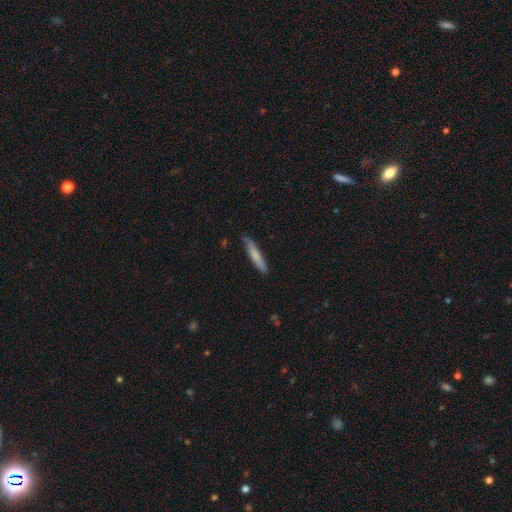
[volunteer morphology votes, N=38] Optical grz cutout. It shows a smooth galaxy with no disk features (76%) that is cigar-shaped (93%). Merging: none (89%).